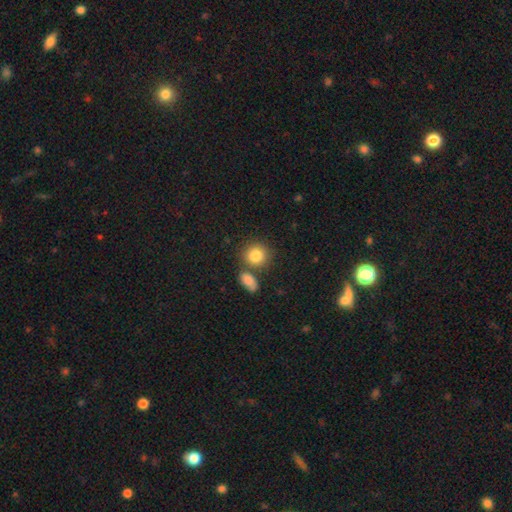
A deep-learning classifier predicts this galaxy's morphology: Q: Smooth or featured?
A: smooth (83%); runner-up: star or artifact (9%)
Q: How rounded?
A: round (81%); runner-up: in between (18%)
Q: Merging?
A: none (67%); runner-up: merger (19%)